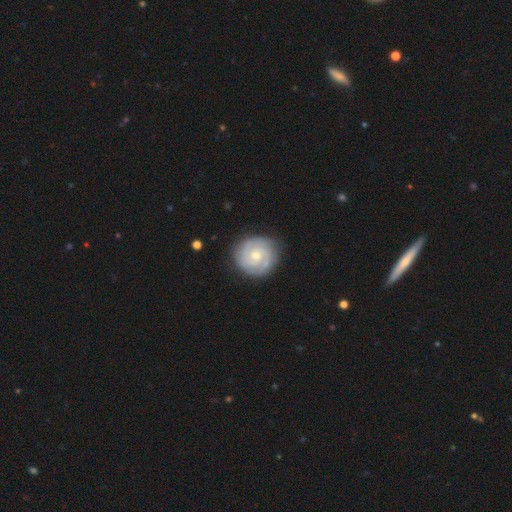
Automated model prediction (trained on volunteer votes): smooth_or_featured: featured or disk (p=0.83) [alt: smooth p=0.12]
disk_edge_on: no (p=0.98) [alt: yes p=0.02]
bar: no (p=0.70) [alt: weak p=0.26]
has_spiral_arms: yes (p=0.96) [alt: no p=0.04]
spiral_winding: tight (p=0.75) [alt: medium p=0.21]
spiral_arm_count: 2 (p=0.51) [alt: 3 p=0.22]
bulge_size: small (p=0.54) [alt: moderate p=0.42]
merging: none (p=0.84) [alt: minor disturbance p=0.11]